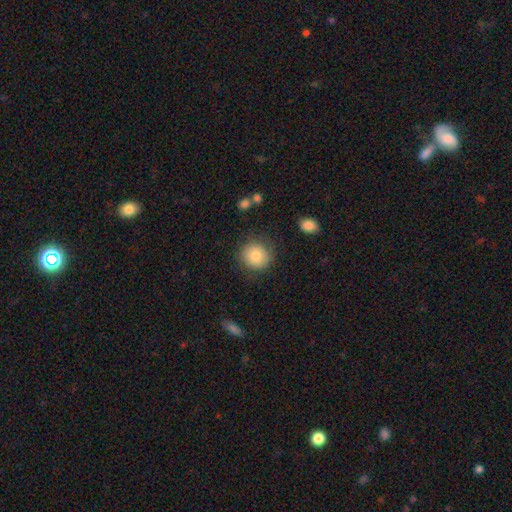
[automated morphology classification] Smooth or featured?
  - smooth: 81% *
  - featured or disk: 10%
  - star or artifact: 9%
How rounded?
  - round: 88% *
  - in between: 11%
  - cigar-shaped: 1%
Merging?
  - none: 82% *
  - minor disturbance: 12%
  - major disturbance: 4%
  - merger: 2%